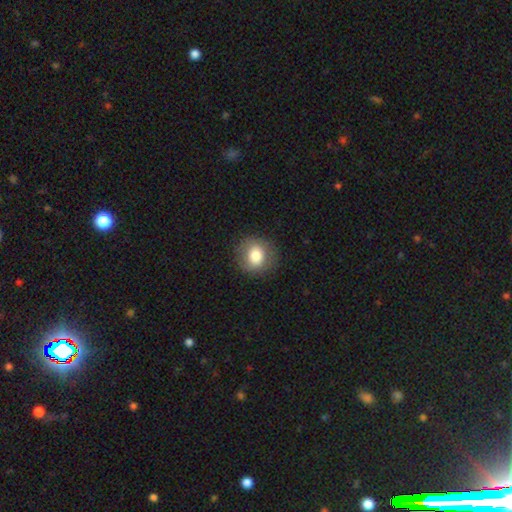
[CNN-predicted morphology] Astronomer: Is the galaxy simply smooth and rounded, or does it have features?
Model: smooth — 79%.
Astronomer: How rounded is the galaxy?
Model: round — 79%.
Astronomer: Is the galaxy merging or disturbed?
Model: none — 85%.